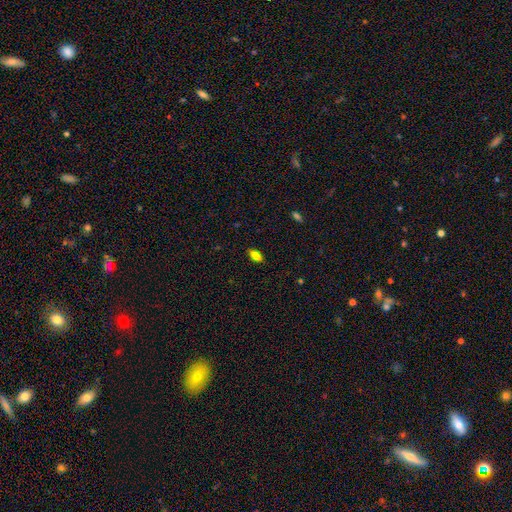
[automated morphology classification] This appears to be a smooth galaxy with no disk features (81%) that is in between round and cigar-shaped (87%). Merging: none (87%).